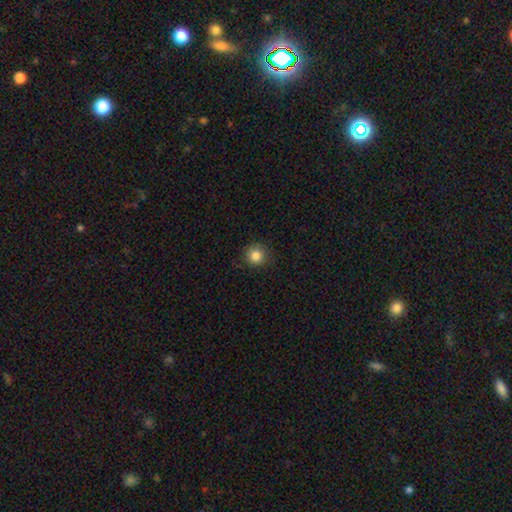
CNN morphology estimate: smooth_or_featured: smooth (p=0.84) [alt: star or artifact p=0.11]
how_rounded: round (p=0.93) [alt: in between p=0.06]
merging: none (p=0.87) [alt: minor disturbance p=0.10]